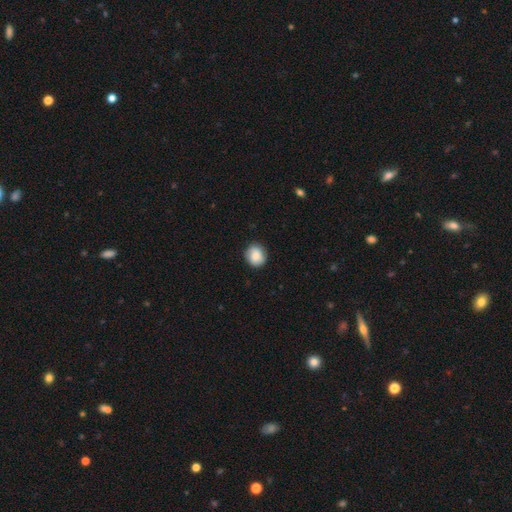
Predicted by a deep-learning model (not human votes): Smooth or featured? Predicted: smooth (p=0.83). How rounded? Predicted: round (p=0.81). Merging? Predicted: none (p=0.87).